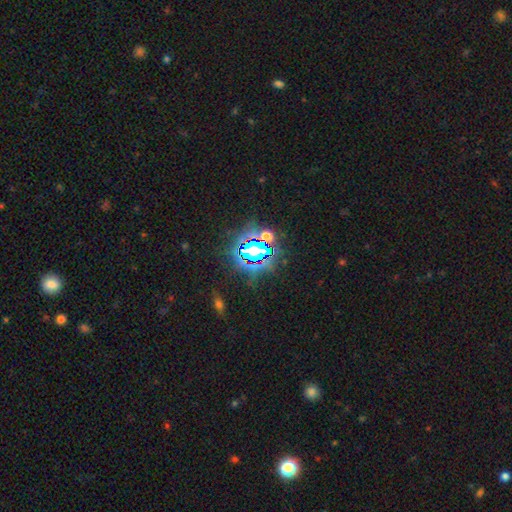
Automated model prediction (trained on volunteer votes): Morphology: type=star or artifact (79%).